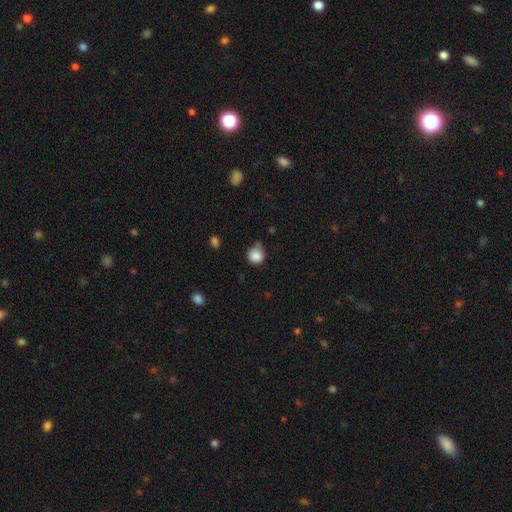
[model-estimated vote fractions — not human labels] Smooth or featured?
  - smooth: 86% *
  - star or artifact: 9%
  - featured or disk: 4%
How rounded?
  - round: 88% *
  - in between: 12%
  - cigar-shaped: 1%
Merging?
  - none: 62% *
  - minor disturbance: 28%
  - major disturbance: 6%
  - merger: 4%